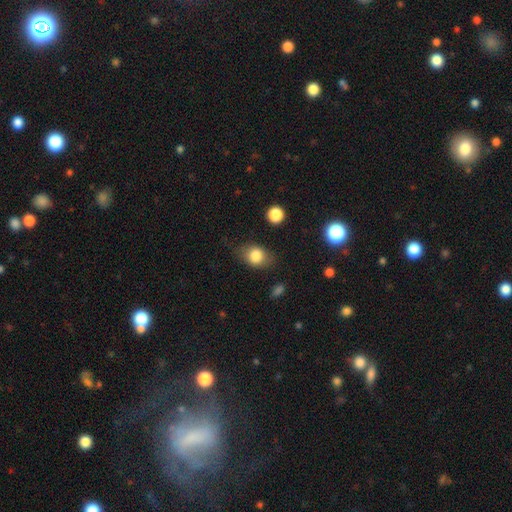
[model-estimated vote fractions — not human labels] smooth_or_featured: smooth (p=0.79) [alt: featured or disk p=0.12]
how_rounded: in between (p=0.63) [alt: round p=0.35]
merging: none (p=0.70) [alt: minor disturbance p=0.21]